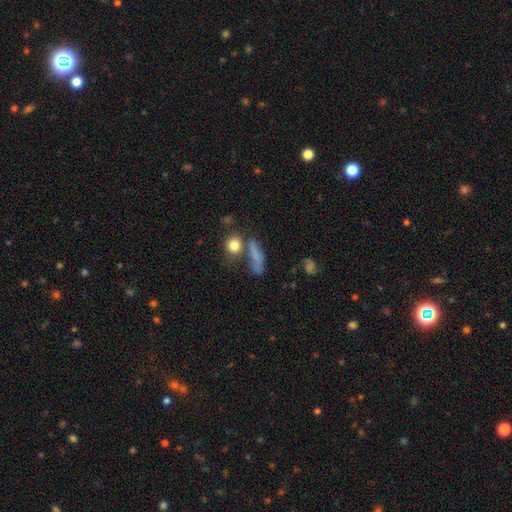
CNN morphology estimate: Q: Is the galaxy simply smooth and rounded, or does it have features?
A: smooth — 67%.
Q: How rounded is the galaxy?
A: cigar-shaped — 54%.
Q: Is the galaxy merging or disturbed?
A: none — 48%.